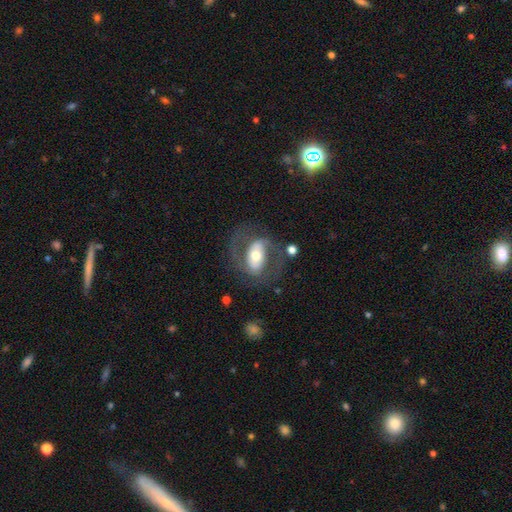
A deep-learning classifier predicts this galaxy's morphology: Smooth or featured?
  - featured or disk: 71% *
  - smooth: 23%
  - star or artifact: 6%
Edge-on disk?
  - no: 94% *
  - yes: 6%
Bar?
  - strong: 40% *
  - no: 30%
  - weak: 30%
Spiral arms?
  - yes: 78% *
  - no: 22%
Spiral winding?
  - medium: 50% *
  - loose: 27%
  - tight: 23%
Spiral arm count?
  - 2: 84% *
  - can't tell: 8%
  - 1: 5%
  - 3: 1%
  - 4: 1%
  - more than 4: 1%
Bulge size?
  - moderate: 63% *
  - small: 18%
  - large: 15%
  - dominant: 2%
  - none: 1%
Merging?
  - none: 64% *
  - major disturbance: 17%
  - minor disturbance: 16%
  - merger: 3%